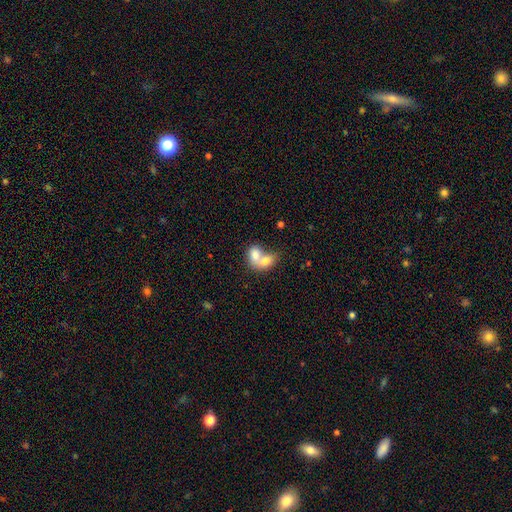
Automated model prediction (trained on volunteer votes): Morphology: type=smooth (74%); roundness=in between (71%); merging=merger (79%).